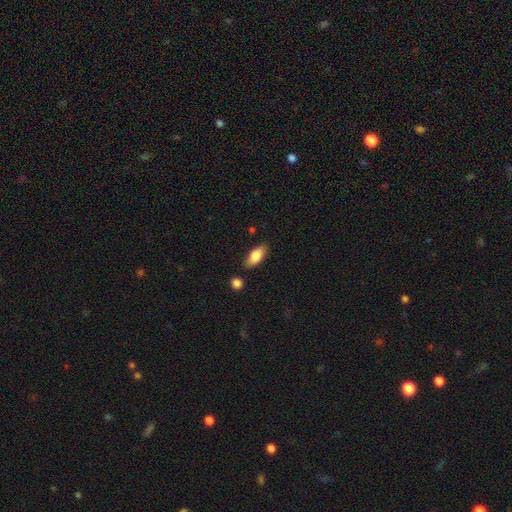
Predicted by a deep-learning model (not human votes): This is clearly a smooth galaxy (81%). How rounded: clearly in between (83%). Merging: clearly none (80%).